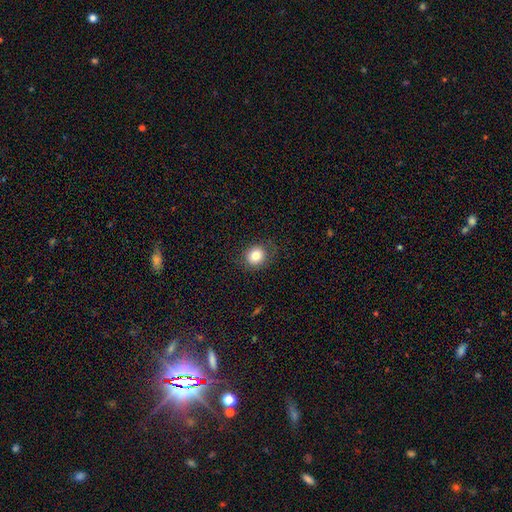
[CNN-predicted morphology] A smooth galaxy with no disk features (80%) that is round (81%). Merging: none (83%).